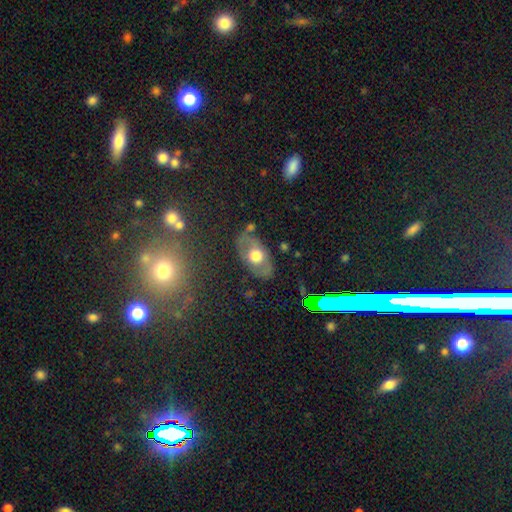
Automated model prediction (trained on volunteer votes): smooth 49%, featured or disk 43%, star or artifact 8%. Down the decision tree: merging — none (76%).